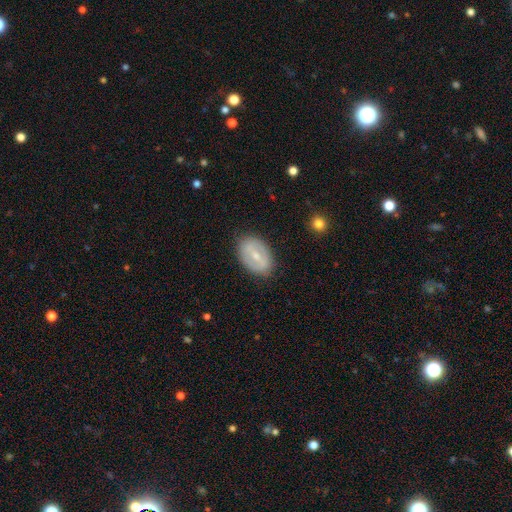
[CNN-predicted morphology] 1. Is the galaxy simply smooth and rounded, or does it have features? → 55% featured or disk, 38% smooth, 7% star or artifact.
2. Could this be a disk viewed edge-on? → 92% no, 8% yes.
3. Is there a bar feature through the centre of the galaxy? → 41% weak, 40% strong, 19% no.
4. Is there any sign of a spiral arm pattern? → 74% no, 26% yes.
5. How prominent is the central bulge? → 54% small, 42% moderate, 2% none, 2% large, 1% dominant.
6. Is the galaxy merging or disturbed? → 83% none, 12% minor disturbance, 4% major disturbance, 1% merger.